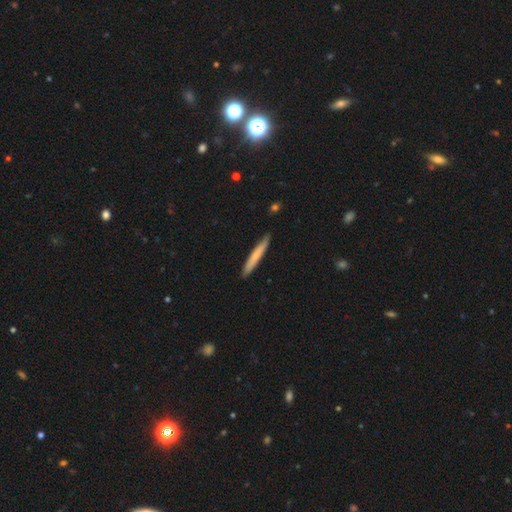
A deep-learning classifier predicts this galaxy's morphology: type=smooth (70%); roundness=cigar-shaped (96%); merging=none (89%).